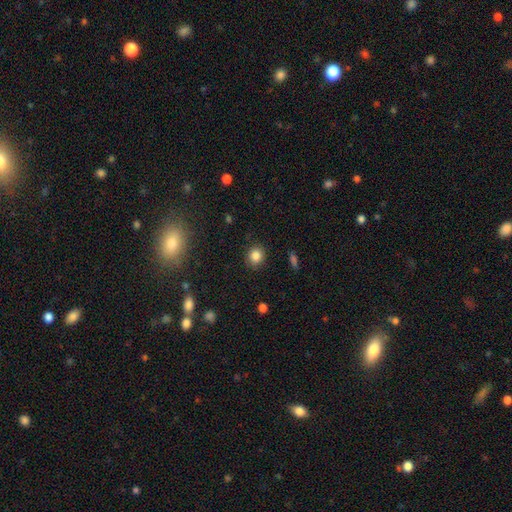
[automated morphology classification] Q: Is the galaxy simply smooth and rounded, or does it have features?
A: smooth — 84%.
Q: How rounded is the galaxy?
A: round — 76%.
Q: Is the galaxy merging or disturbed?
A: none — 89%.